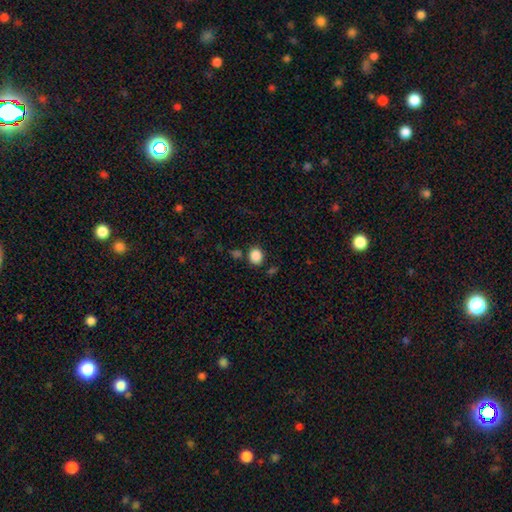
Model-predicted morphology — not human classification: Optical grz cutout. It shows a smooth galaxy with no disk features (87%) that is round (67%). Merging: none (80%).